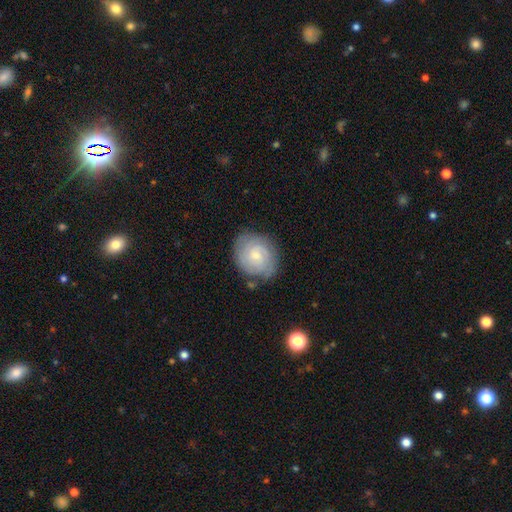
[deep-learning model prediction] featured or disk 55%, smooth 38%, star or artifact 7%. Down the decision tree: edge-on disk — no (97%); bar — no (65%); spiral arms — yes (86%); bulge size — small (60%); merging — none (74%).